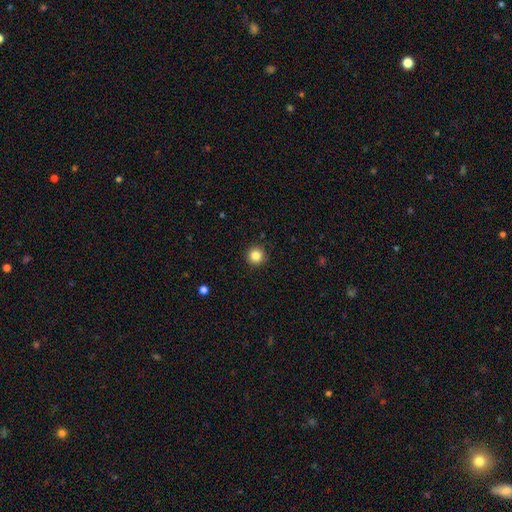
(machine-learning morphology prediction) This is clearly a smooth galaxy (84%). How rounded: clearly round (95%). Merging: clearly none (91%).